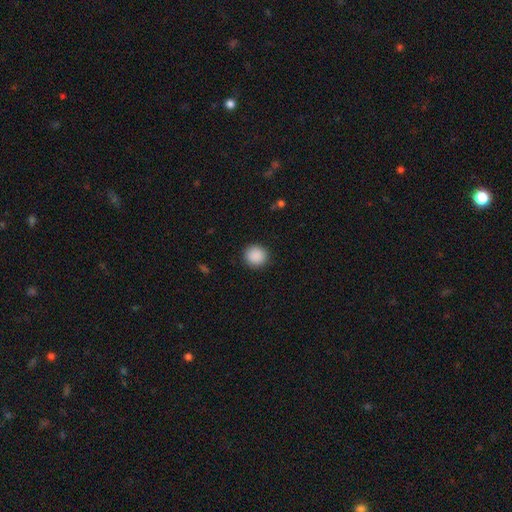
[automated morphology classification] Smooth or featured?
  - smooth: 90% *
  - star or artifact: 8%
  - featured or disk: 2%
How rounded?
  - round: 93% *
  - in between: 6%
  - cigar-shaped: 1%
Merging?
  - none: 92% *
  - minor disturbance: 6%
  - major disturbance: 2%
  - merger: 1%